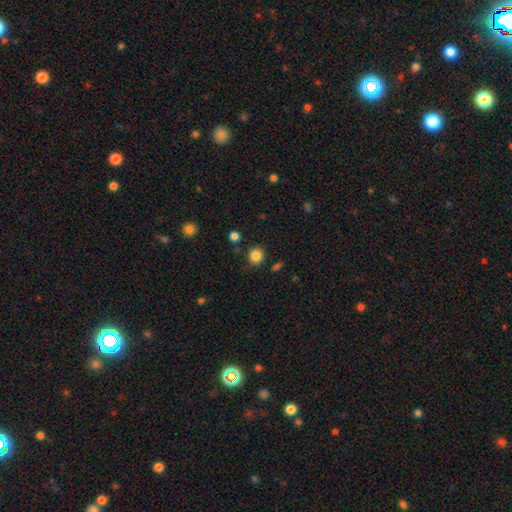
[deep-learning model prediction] smooth-or-featured: smooth: 85% | star or artifact: 11% | featured or disk: 4%
  how-rounded: round: 89% | in between: 10% | cigar-shaped: 1%
  merging: none: 86% | minor disturbance: 8% | merger: 3% | major disturbance: 3%